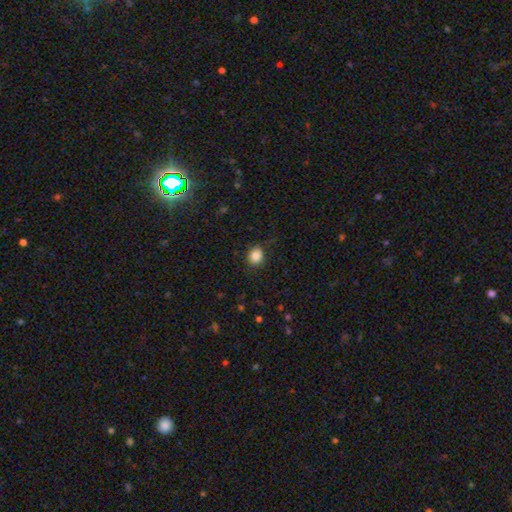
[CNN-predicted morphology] Smooth or featured: smooth — 86% (star or artifact — 10%)
How rounded: round — 72% (in between — 27%)
Merging: none — 82% (minor disturbance — 13%)